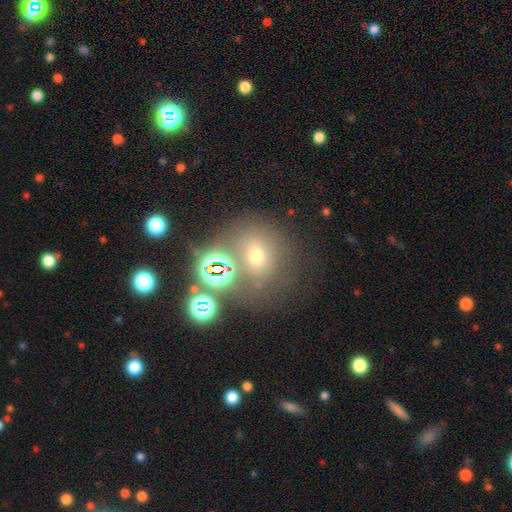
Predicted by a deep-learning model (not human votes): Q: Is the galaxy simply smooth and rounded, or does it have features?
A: smooth — 53%.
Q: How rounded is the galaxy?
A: round — 77%.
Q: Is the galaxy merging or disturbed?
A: none — 61%.